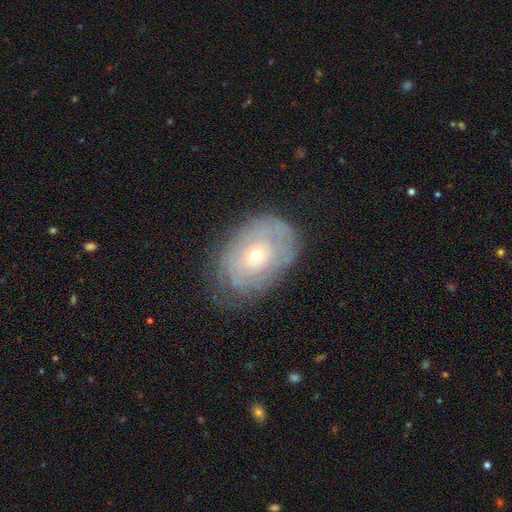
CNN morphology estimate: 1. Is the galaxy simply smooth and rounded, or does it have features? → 58% featured or disk, 33% smooth, 9% star or artifact.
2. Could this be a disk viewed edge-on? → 94% no, 6% yes.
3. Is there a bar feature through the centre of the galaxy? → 85% no, 12% weak, 3% strong.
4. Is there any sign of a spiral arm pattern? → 59% yes, 41% no.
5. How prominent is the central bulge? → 57% small, 38% moderate, 2% large, 1% dominant, 1% none.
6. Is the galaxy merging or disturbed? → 67% none, 22% minor disturbance, 10% major disturbance, 1% merger.